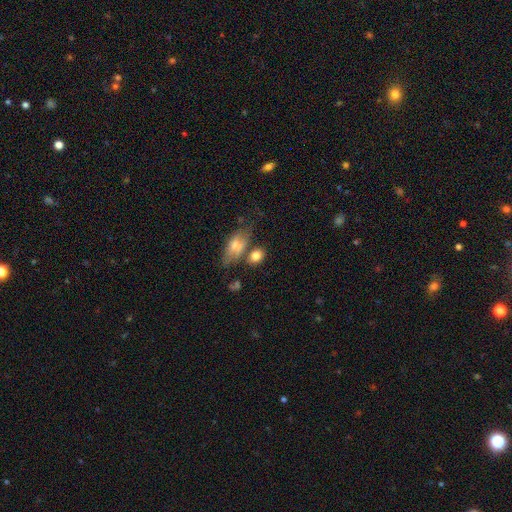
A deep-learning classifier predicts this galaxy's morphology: This appears to be a smooth galaxy with no disk features (78%) that is in between round and cigar-shaped (66%). Merging: none (57%).